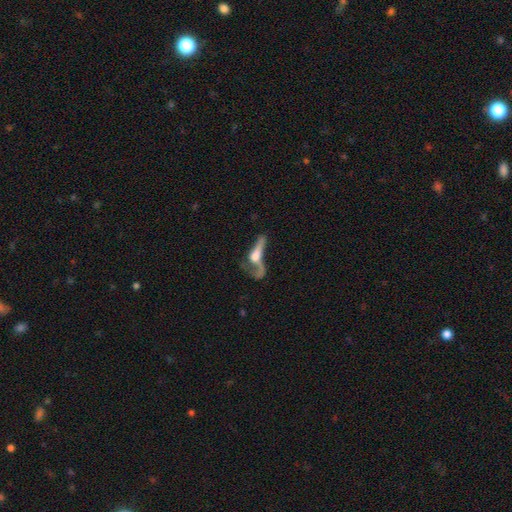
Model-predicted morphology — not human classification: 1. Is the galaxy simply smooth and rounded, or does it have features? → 56% featured or disk, 34% smooth, 10% star or artifact.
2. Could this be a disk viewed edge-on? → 56% no, 44% yes.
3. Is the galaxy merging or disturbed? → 45% major disturbance, 21% merger, 21% none, 13% minor disturbance.